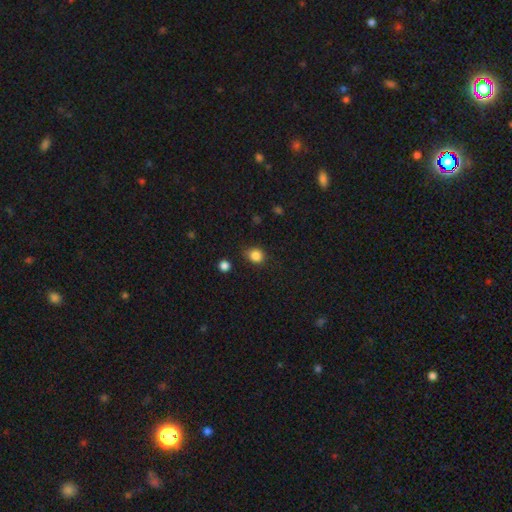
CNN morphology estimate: A smooth galaxy with no disk features (85%) that is round (72%). Merging: none (78%).